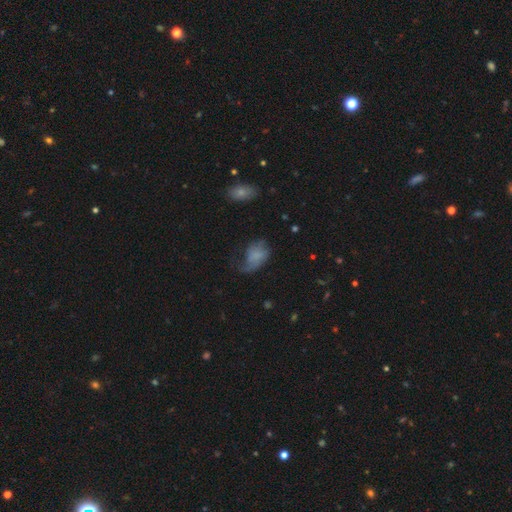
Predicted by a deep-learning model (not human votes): This appears to be a smooth galaxy with no disk features (51%) that is in between round and cigar-shaped (83%). Merging: major disturbance (41%).